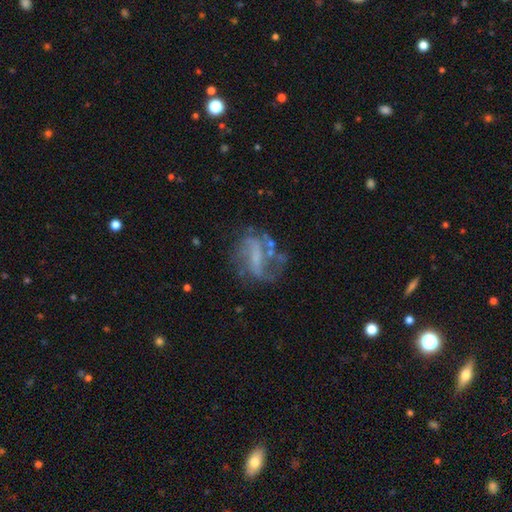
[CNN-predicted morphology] smooth_or_featured: featured or disk (p=0.71) [alt: smooth p=0.18]
disk_edge_on: no (p=0.95) [alt: yes p=0.05]
bar: weak (p=0.38) [alt: strong p=0.36]
has_spiral_arms: yes (p=0.71) [alt: no p=0.29]
bulge_size: none (p=0.46) [alt: small p=0.34]
merging: none (p=0.48) [alt: major disturbance p=0.25]